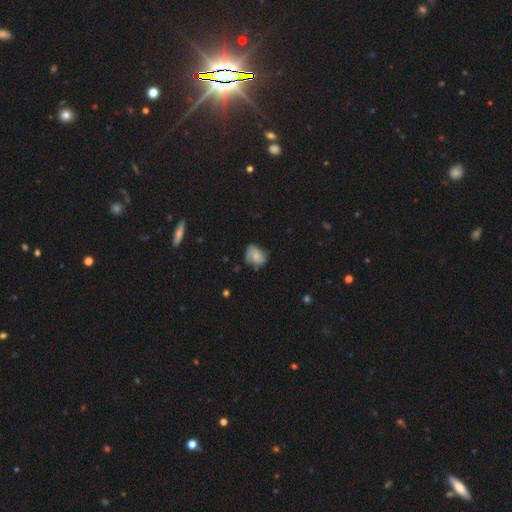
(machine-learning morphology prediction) smooth-or-featured: smooth: 70% | featured or disk: 22% | star or artifact: 9%
  how-rounded: in between: 54% | round: 44% | cigar-shaped: 1%
  merging: none: 52% | minor disturbance: 34% | major disturbance: 11% | merger: 2%